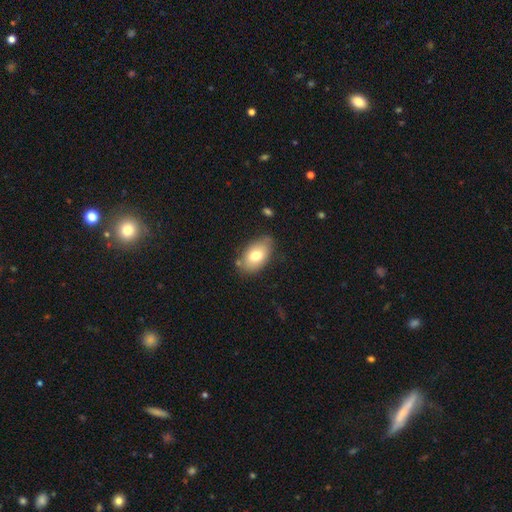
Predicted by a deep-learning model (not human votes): smooth-or-featured: smooth: 74% | featured or disk: 18% | star or artifact: 7%
  how-rounded: in between: 91% | round: 7% | cigar-shaped: 2%
  merging: none: 72% | minor disturbance: 20% | merger: 4% | major disturbance: 4%